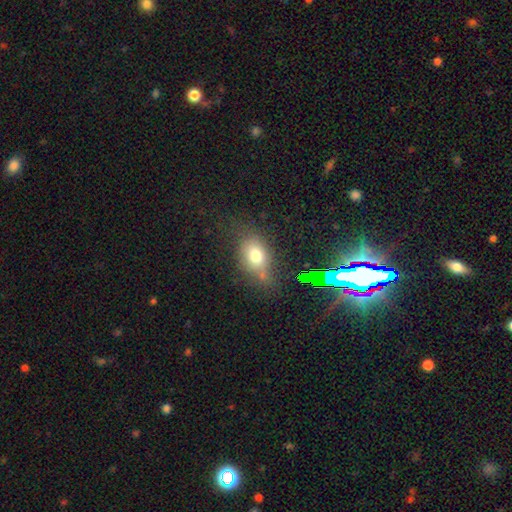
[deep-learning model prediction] A smooth galaxy with no disk features (73%) that is in between round and cigar-shaped (73%). Merging: none (53%).